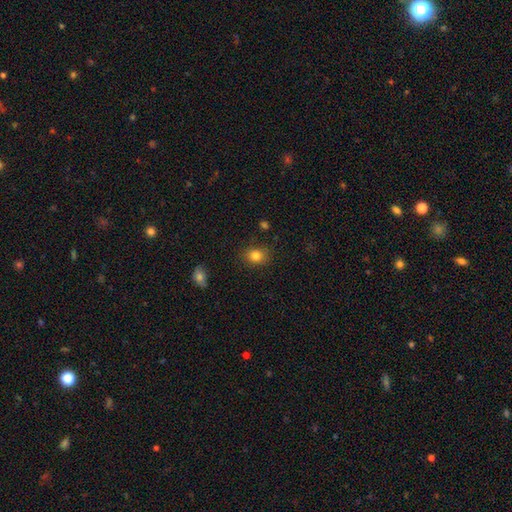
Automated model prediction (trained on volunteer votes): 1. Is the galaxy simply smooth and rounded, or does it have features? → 82% smooth, 11% star or artifact, 7% featured or disk.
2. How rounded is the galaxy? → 57% round, 42% in between, 1% cigar-shaped.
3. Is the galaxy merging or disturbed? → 83% none, 13% minor disturbance, 3% major disturbance, 2% merger.